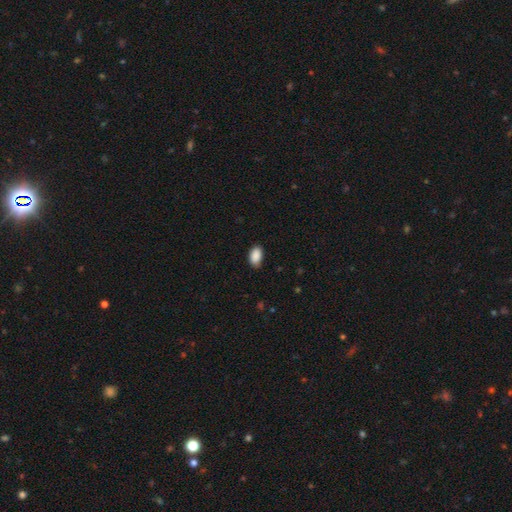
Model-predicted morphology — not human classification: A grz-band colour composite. It shows a smooth galaxy with no disk features (90%) that is in between round and cigar-shaped (93%). Merging: none (83%).